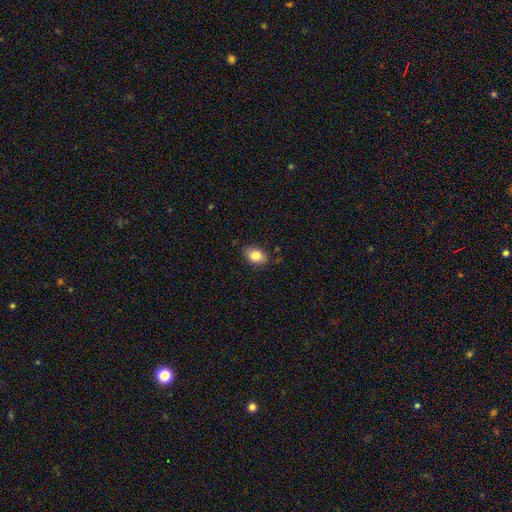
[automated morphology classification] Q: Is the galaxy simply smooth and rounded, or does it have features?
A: smooth — 84%.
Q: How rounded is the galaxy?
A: in between — 80%.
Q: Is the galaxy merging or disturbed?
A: none — 82%.